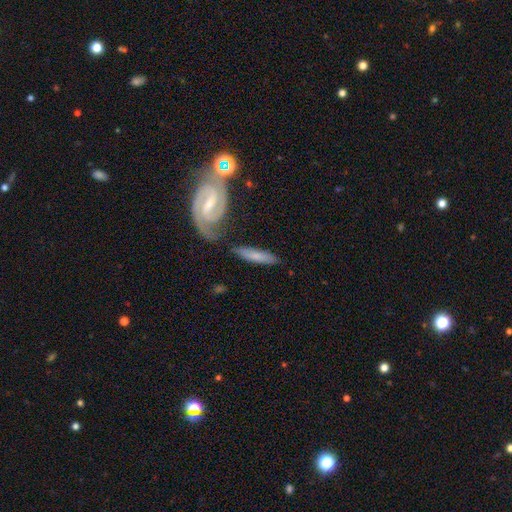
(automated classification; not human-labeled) smooth 52%, featured or disk 42%, star or artifact 6%. Down the decision tree: how rounded — cigar-shaped (78%); merging — none (66%).